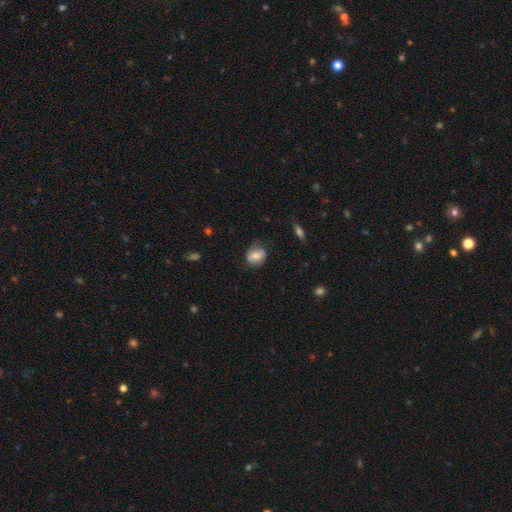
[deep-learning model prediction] This appears to be a smooth galaxy with no disk features (68%) that is in between round and cigar-shaped (58%). Merging: none (60%).